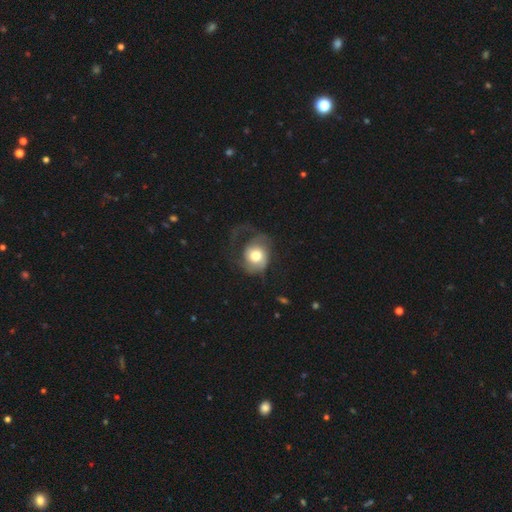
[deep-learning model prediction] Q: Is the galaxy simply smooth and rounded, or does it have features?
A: smooth — 49%.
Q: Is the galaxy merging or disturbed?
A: major disturbance — 46%.